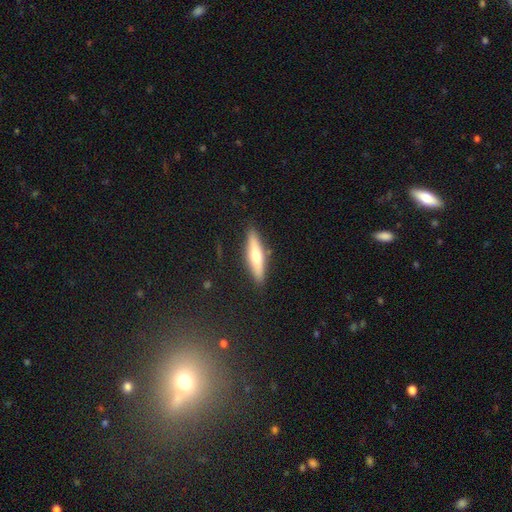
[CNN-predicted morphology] type=smooth (51%); roundness=cigar-shaped (78%); merging=none (87%).